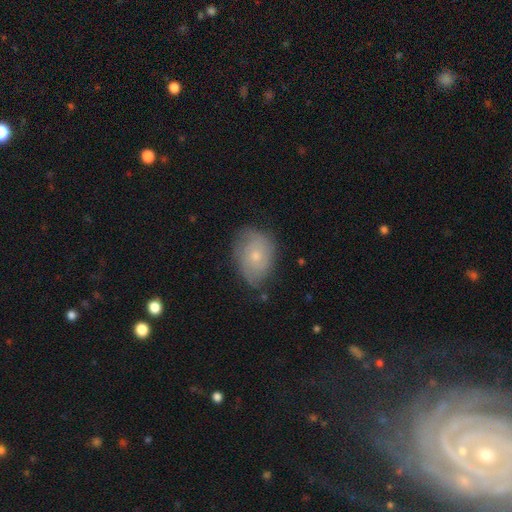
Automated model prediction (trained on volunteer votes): smooth-or-featured: smooth: 50% | featured or disk: 41% | star or artifact: 8%
  how-rounded: in between: 70% | round: 28% | cigar-shaped: 1%
  merging: none: 64% | minor disturbance: 27% | major disturbance: 7% | merger: 2%